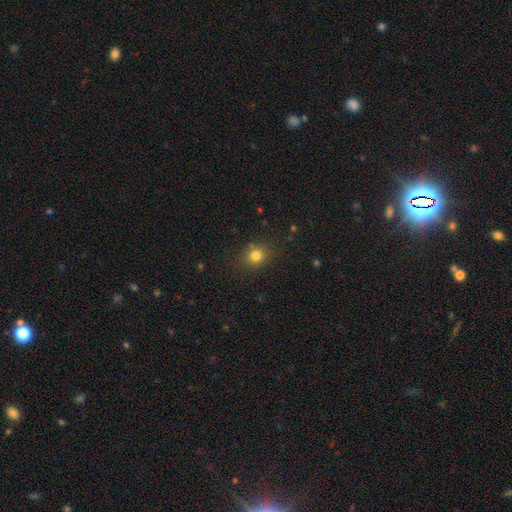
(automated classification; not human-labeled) Smooth or featured?
  - smooth: 79% *
  - star or artifact: 14%
  - featured or disk: 6%
How rounded?
  - round: 77% *
  - in between: 22%
  - cigar-shaped: 1%
Merging?
  - none: 84% *
  - minor disturbance: 10%
  - major disturbance: 3%
  - merger: 2%